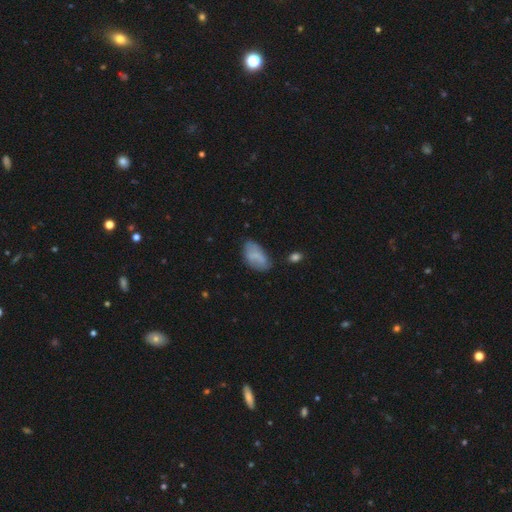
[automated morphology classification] Q: Smooth or featured?
A: smooth (70%); runner-up: featured or disk (22%)
Q: How rounded?
A: in between (93%); runner-up: round (4%)
Q: Merging?
A: none (58%); runner-up: minor disturbance (29%)